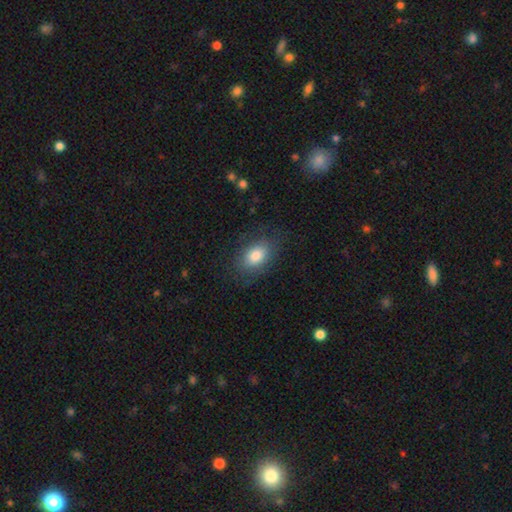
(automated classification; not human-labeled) The model was most divided on "merging": none: 78%, minor disturbance: 15%, major disturbance: 6%, merger: 1%. More confident: how rounded — in between (87%); smooth or featured — smooth (80%).